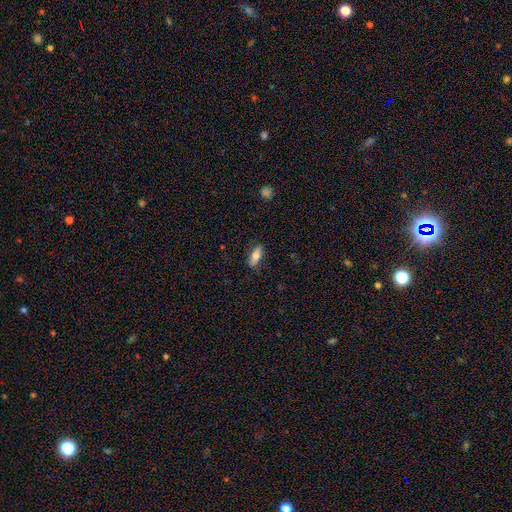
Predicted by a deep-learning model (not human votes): This is likely a smooth galaxy (71%). How rounded: likely in between (71%). Merging: clearly none (84%).